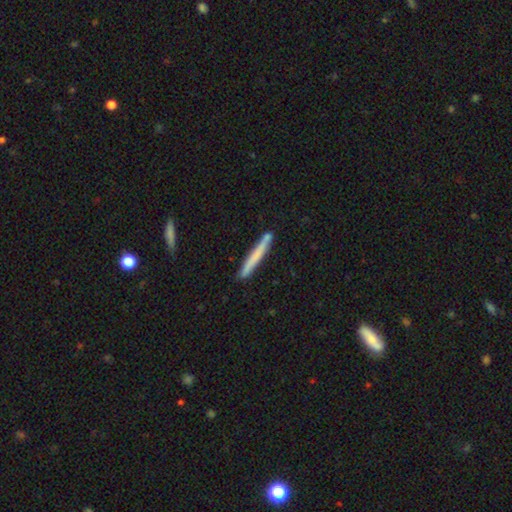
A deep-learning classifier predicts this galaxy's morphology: Overall: smooth (68%). How rounded: cigar-shaped (97%). Merging: none (86%).